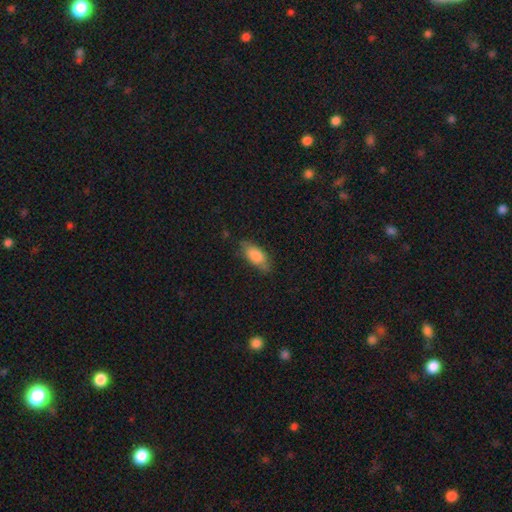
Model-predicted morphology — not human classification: Smooth or featured? Predicted: smooth (p=0.82). How rounded? Predicted: in between (p=0.84). Merging? Predicted: none (p=0.76).